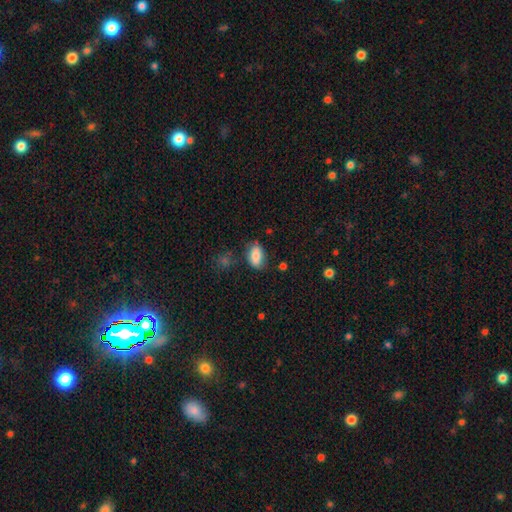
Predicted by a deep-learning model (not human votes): The model was most divided on "merging": none: 72%, minor disturbance: 19%, major disturbance: 5%, merger: 4%. More confident: how rounded — in between (90%); smooth or featured — smooth (83%).